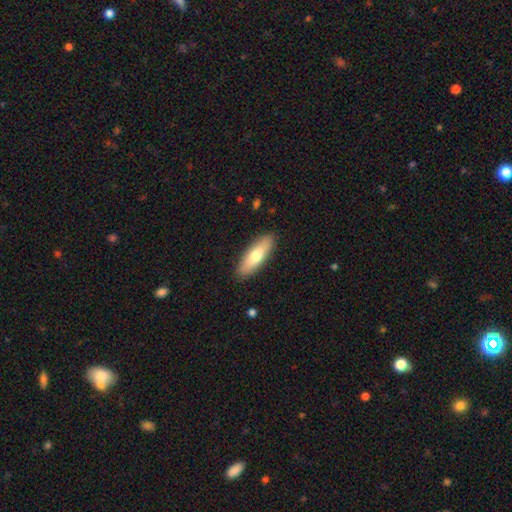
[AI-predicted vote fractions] Smooth or featured: smooth — 71% (featured or disk — 24%)
How rounded: in between — 56% (cigar-shaped — 42%)
Merging: none — 88% (minor disturbance — 9%)